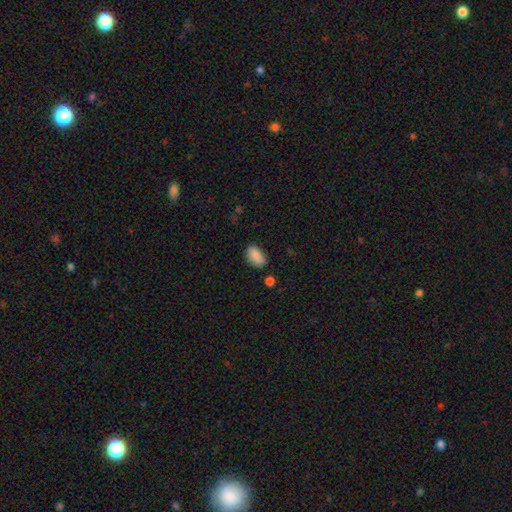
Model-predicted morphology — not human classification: This appears to be a smooth galaxy with no disk features (87%) that is in between round and cigar-shaped (91%). Merging: none (76%).